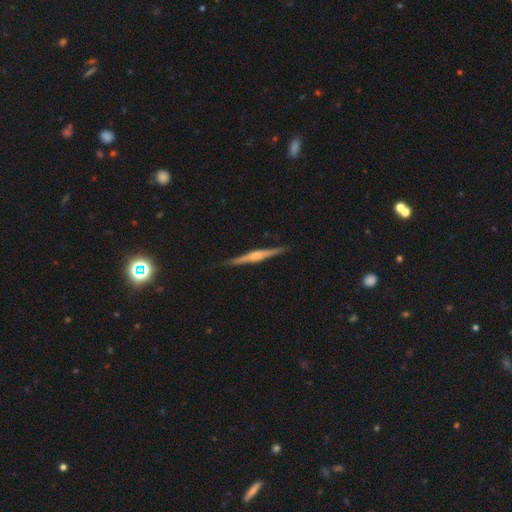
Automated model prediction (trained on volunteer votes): Q: Smooth or featured?
A: featured or disk (76%); runner-up: smooth (19%)
Q: Edge-on disk?
A: yes (98%); runner-up: no (2%)
Q: Edge-on bulge?
A: rounded (75%); runner-up: boxy (16%)
Q: Merging?
A: none (88%); runner-up: minor disturbance (9%)